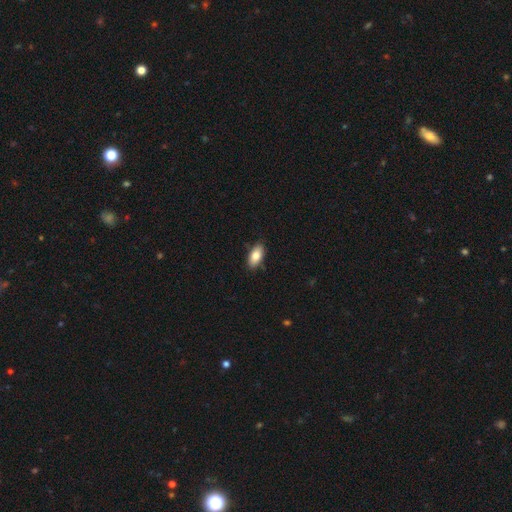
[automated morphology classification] Smooth or featured? Predicted: smooth (p=0.82). How rounded? Predicted: in between (p=0.90). Merging? Predicted: none (p=0.86).